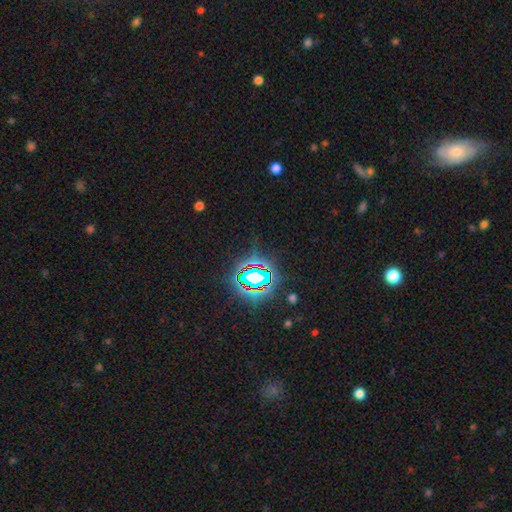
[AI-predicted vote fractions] Overall: star or artifact (81%).